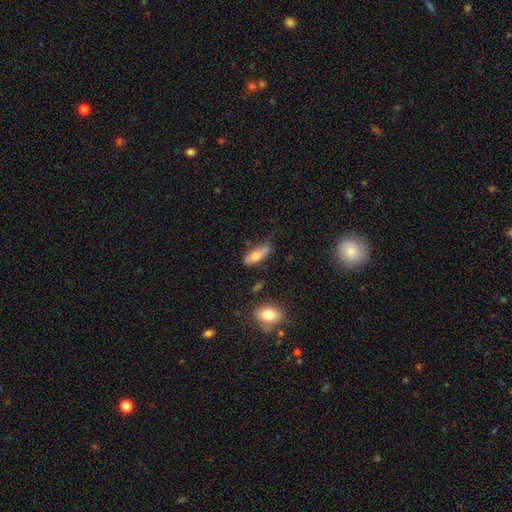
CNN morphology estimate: Smooth or featured?
  - smooth: 63% *
  - featured or disk: 29%
  - star or artifact: 8%
How rounded?
  - in between: 69% *
  - cigar-shaped: 27%
  - round: 4%
Merging?
  - none: 40% *
  - minor disturbance: 36%
  - major disturbance: 17%
  - merger: 7%